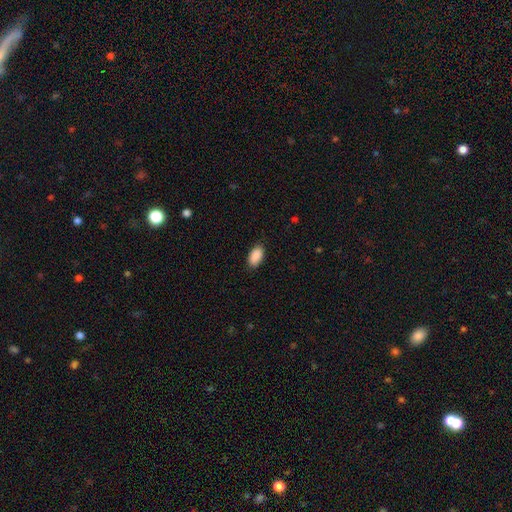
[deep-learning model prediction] smooth 91%, star or artifact 6%, featured or disk 3%. Down the decision tree: how rounded — in between (94%); merging — none (87%).